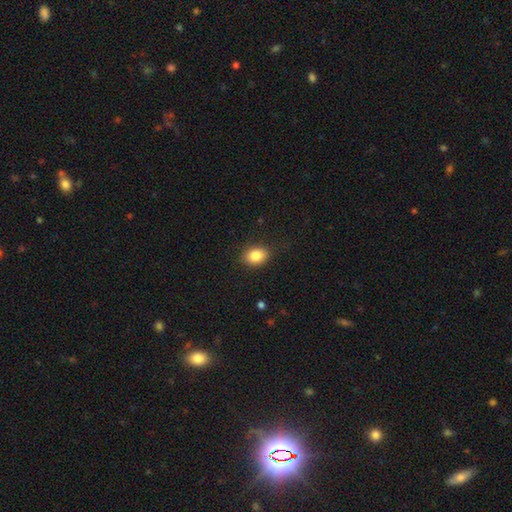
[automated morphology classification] Smooth or featured: smooth — 85% (star or artifact — 9%)
How rounded: in between — 67% (round — 32%)
Merging: none — 84% (minor disturbance — 12%)